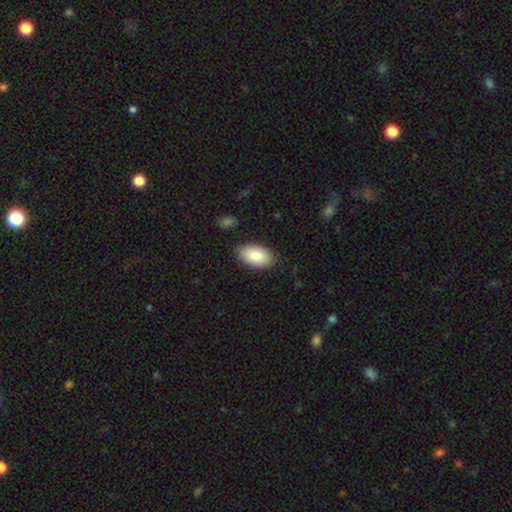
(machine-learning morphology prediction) This appears to be a smooth galaxy with no disk features (84%) that is in between round and cigar-shaped (95%). Merging: none (85%).